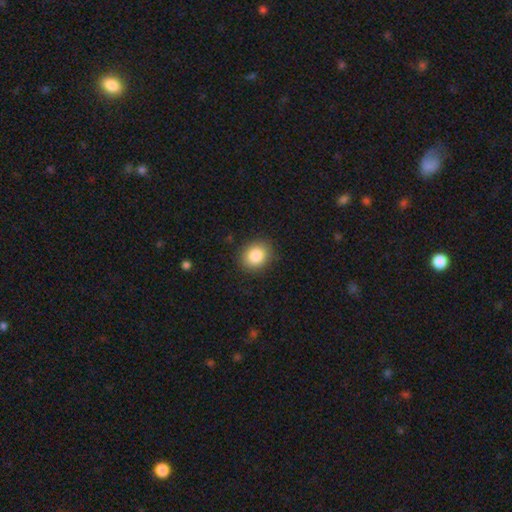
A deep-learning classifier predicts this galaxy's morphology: smooth_or_featured: smooth (p=0.85) [alt: star or artifact p=0.09]
how_rounded: round (p=0.66) [alt: in between p=0.34]
merging: none (p=0.88) [alt: minor disturbance p=0.09]